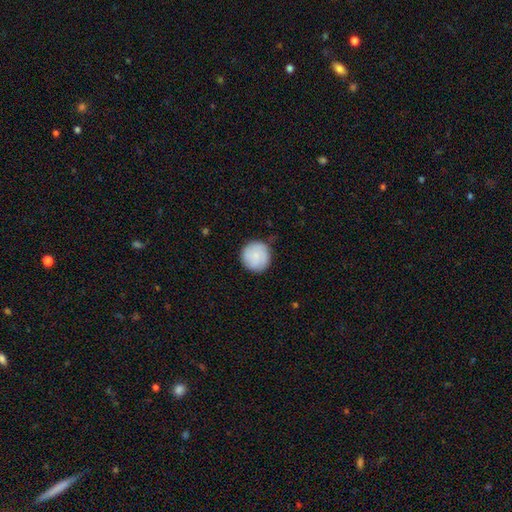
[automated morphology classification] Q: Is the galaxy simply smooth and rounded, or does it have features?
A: smooth — 77%.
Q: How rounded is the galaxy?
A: round — 94%.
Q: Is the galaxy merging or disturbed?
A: none — 84%.